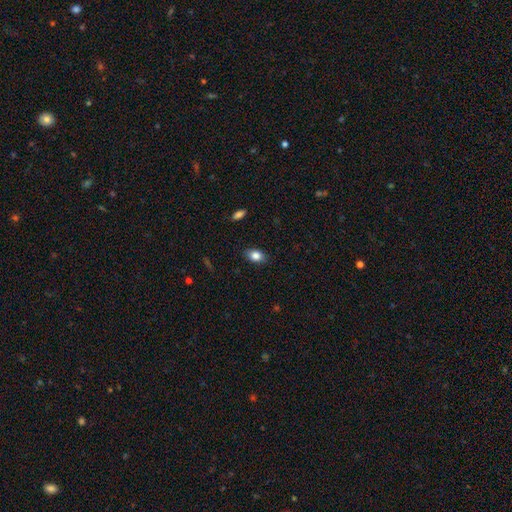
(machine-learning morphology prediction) A smooth galaxy with no disk features (83%) that is in between round and cigar-shaped (80%). Merging: none (86%).